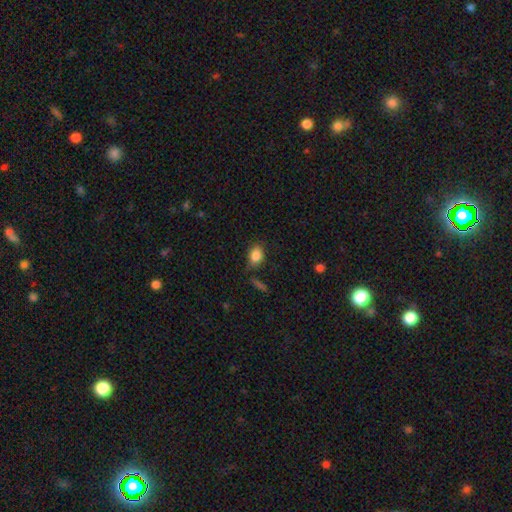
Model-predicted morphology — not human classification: type=smooth (84%); roundness=in between (69%); merging=none (67%).